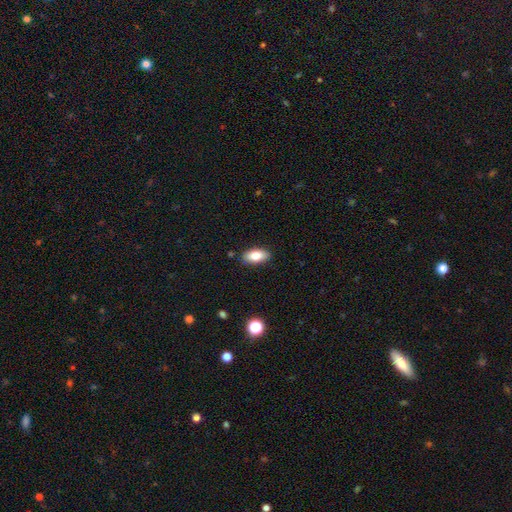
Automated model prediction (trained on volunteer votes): Smooth or featured? Predicted: smooth (p=0.80). How rounded? Predicted: in between (p=0.90). Merging? Predicted: none (p=0.88).